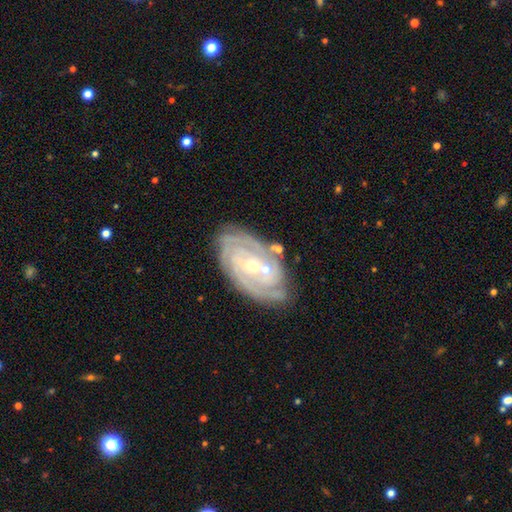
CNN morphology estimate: Smooth or featured? featured or disk (82%)
Edge-on disk? no (94%)
Bar? no (49%)
Spiral arms? yes (94%)
Spiral winding? tight (76%)
Spiral arm count? can't tell (32%)
Bulge size? small (51%)
Merging? none (79%)